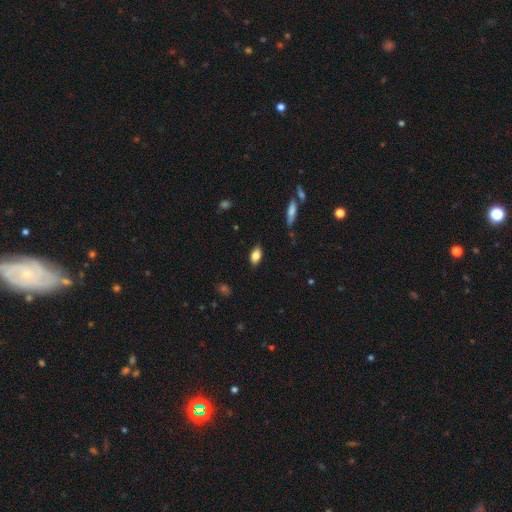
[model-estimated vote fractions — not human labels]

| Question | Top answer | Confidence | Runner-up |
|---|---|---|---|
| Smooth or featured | smooth | 81% | featured or disk (11%) |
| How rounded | in between | 90% | round (6%) |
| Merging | none | 85% | minor disturbance (11%) |